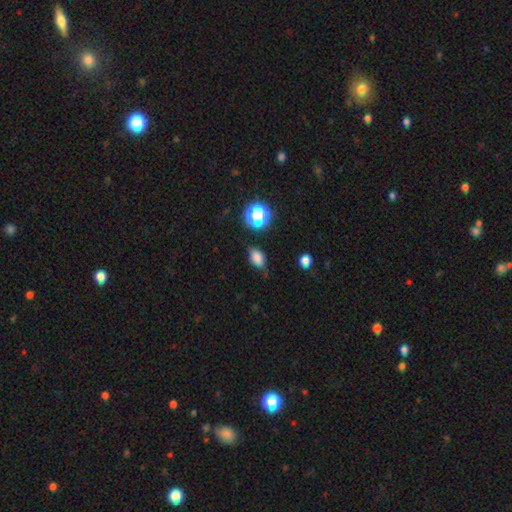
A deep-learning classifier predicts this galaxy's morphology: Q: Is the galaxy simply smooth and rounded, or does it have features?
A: smooth — 78%.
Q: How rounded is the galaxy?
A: in between — 78%.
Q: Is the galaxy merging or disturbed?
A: none — 66%.